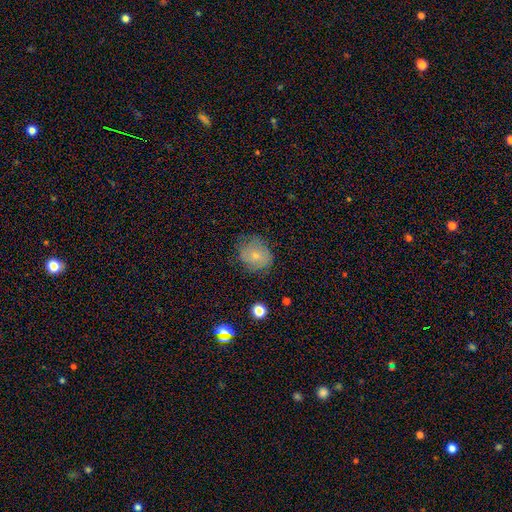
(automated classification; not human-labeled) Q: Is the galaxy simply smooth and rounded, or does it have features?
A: smooth — 63%.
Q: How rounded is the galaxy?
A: round — 74%.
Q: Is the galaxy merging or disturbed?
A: none — 69%.